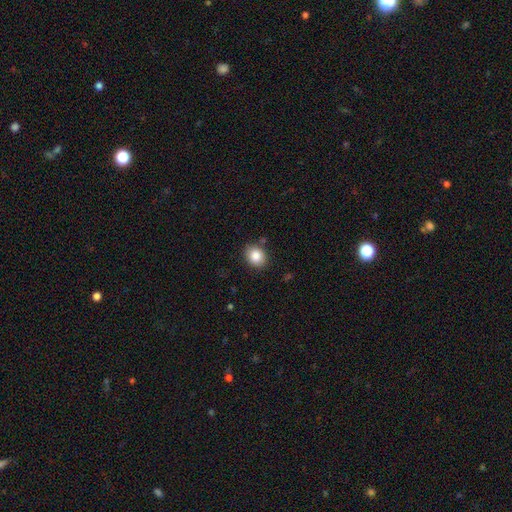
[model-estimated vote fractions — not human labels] Smooth or featured? smooth (85%)
How rounded? round (54%)
Merging? none (85%)